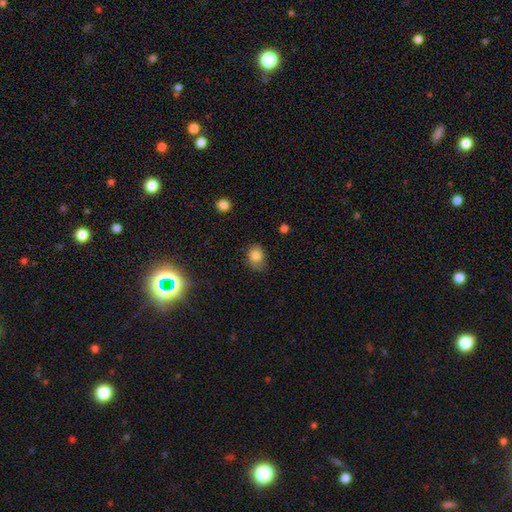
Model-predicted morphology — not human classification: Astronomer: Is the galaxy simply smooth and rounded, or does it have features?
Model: smooth — 81%.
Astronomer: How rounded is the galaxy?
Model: in between — 64%.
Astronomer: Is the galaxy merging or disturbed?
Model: none — 75%.